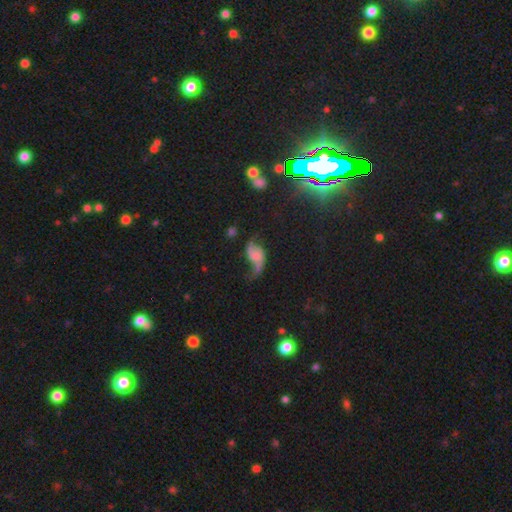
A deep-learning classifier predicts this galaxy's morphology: This is likely a featured or disk galaxy (70%). It is clearly not viewed edge-on (97%). Bar: likely no (66%). Spiral arm pattern: clearly yes (89%). Spiral arm count: clearly 2 (86%). Spiral winding: clearly loose (87%). Central bulge: possibly none (60%). Merging: marginally none (43%).